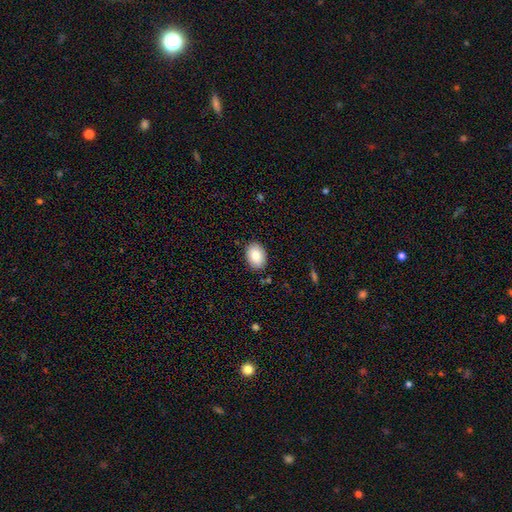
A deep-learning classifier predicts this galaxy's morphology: Overall: smooth (83%). How rounded: in between (78%). Merging: none (87%).